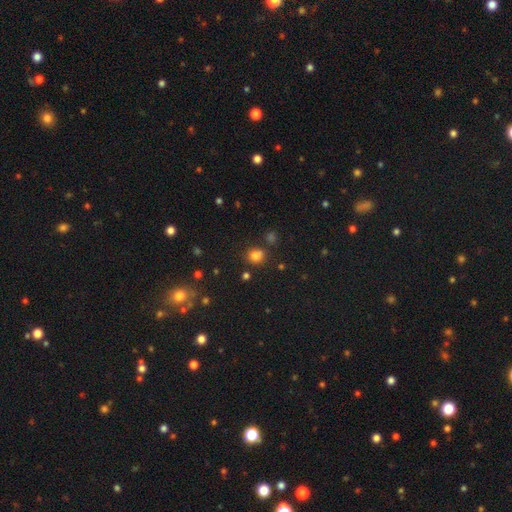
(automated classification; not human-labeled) smooth_or_featured: smooth (p=0.76) [alt: star or artifact p=0.18]
how_rounded: round (p=0.77) [alt: in between p=0.22]
merging: none (p=0.72) [alt: merger p=0.12]